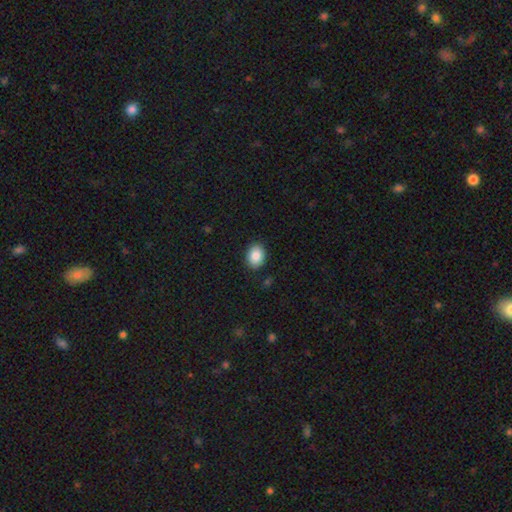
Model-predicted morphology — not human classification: smooth 87%, star or artifact 8%, featured or disk 6%. Down the decision tree: how rounded — in between (67%); merging — none (88%).